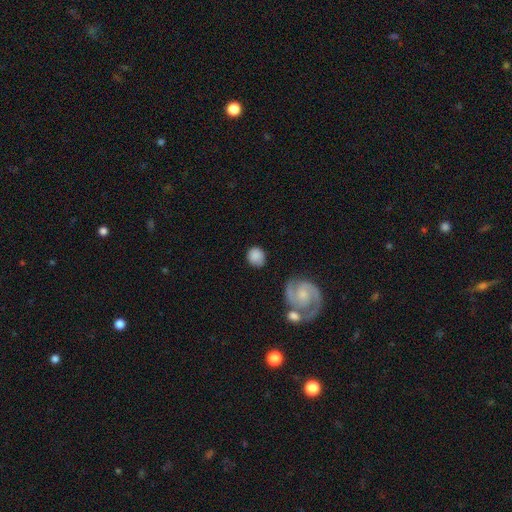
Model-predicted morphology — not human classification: smooth 80%, featured or disk 13%, star or artifact 7%. Down the decision tree: how rounded — round (79%); merging — none (75%).